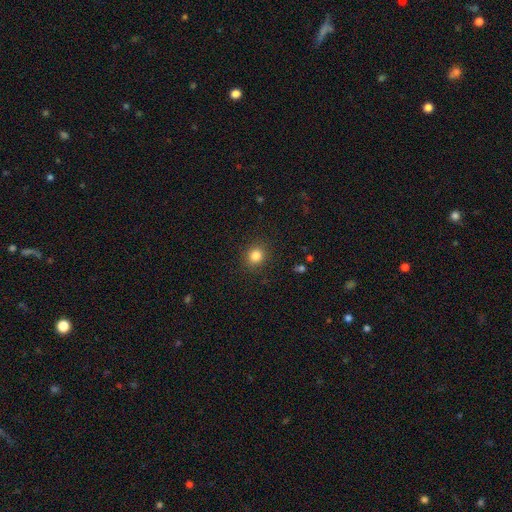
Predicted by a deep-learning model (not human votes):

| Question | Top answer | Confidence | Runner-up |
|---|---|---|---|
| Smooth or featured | smooth | 83% | star or artifact (12%) |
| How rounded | round | 79% | in between (21%) |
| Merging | none | 89% | minor disturbance (7%) |